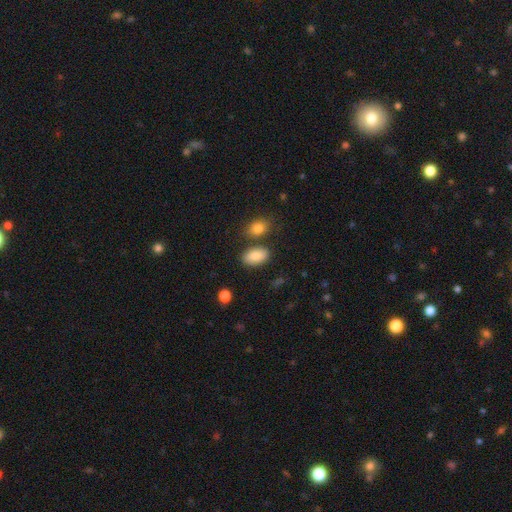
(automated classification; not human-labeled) Smooth or featured? Predicted: smooth (p=0.86). How rounded? Predicted: in between (p=0.93). Merging? Predicted: none (p=0.76).